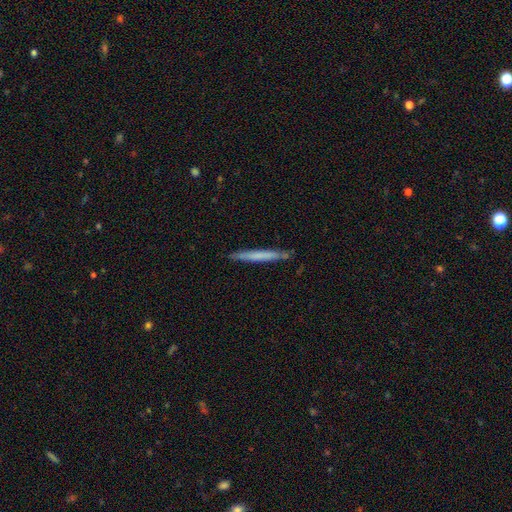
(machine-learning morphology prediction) Smooth or featured: smooth — 58% (featured or disk — 37%)
How rounded: cigar-shaped — 97% (in between — 2%)
Merging: none — 88% (minor disturbance — 9%)